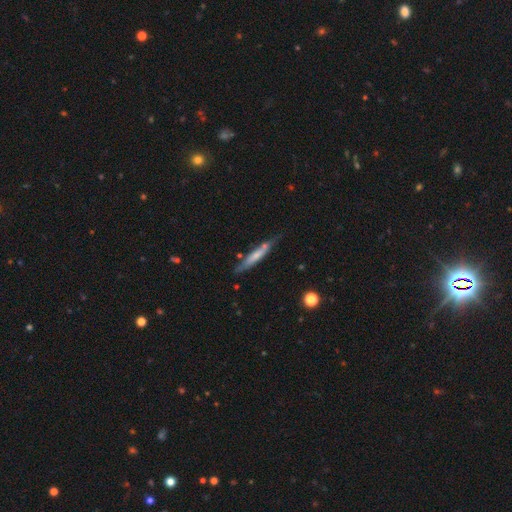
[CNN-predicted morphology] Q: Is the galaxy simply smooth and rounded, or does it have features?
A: smooth — 54%.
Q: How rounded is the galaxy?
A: cigar-shaped — 91%.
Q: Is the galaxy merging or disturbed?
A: none — 68%.